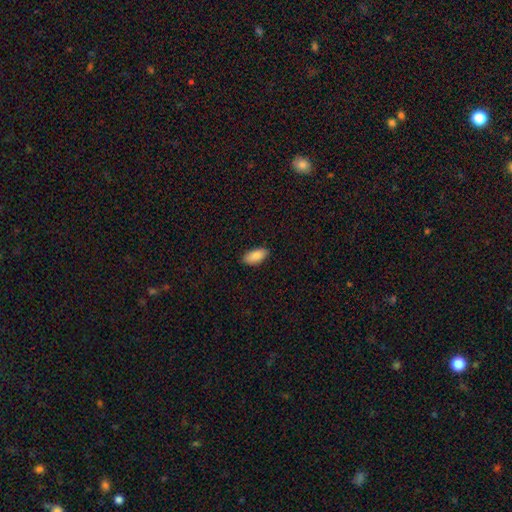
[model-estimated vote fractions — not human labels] smooth-or-featured: smooth: 89% | star or artifact: 6% | featured or disk: 5%
  how-rounded: in between: 92% | cigar-shaped: 6% | round: 2%
  merging: none: 88% | minor disturbance: 10% | major disturbance: 2% | merger: 1%